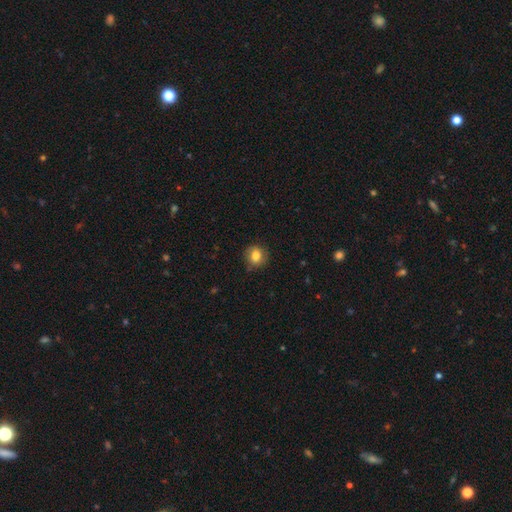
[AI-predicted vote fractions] A smooth galaxy with no disk features (79%) that is round (78%). Merging: none (85%).